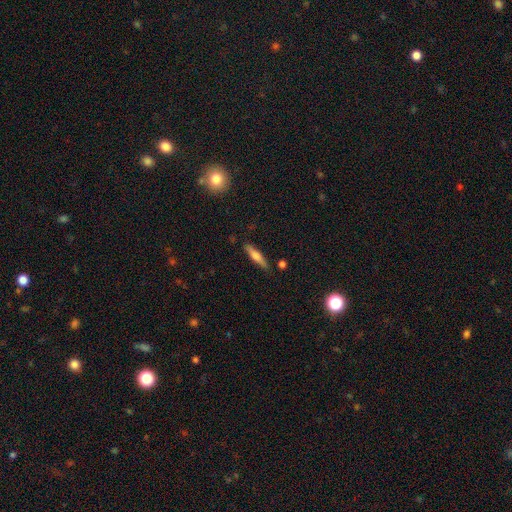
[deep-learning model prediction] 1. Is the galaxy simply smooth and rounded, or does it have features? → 53% smooth, 40% featured or disk, 7% star or artifact.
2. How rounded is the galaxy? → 83% cigar-shaped, 15% in between, 2% round.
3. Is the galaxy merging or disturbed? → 84% none, 11% minor disturbance, 3% merger, 2% major disturbance.